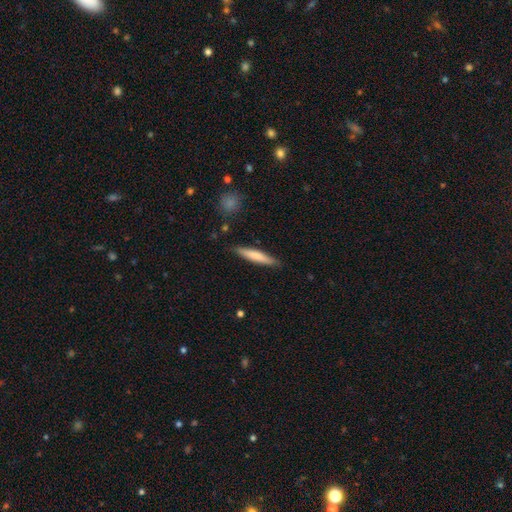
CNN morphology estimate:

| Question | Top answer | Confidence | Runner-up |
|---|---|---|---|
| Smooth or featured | smooth | 72% | featured or disk (23%) |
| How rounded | cigar-shaped | 90% | in between (9%) |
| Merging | none | 86% | minor disturbance (10%) |